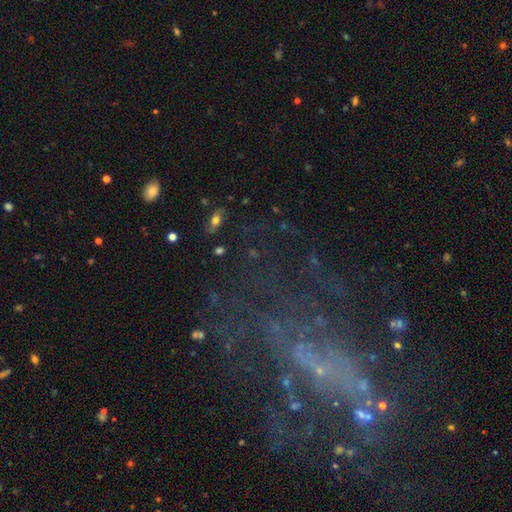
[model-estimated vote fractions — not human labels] Overall: featured or disk (56%; star or artifact 28%). Edge-on disk: no (91%). Bar: no (75%). Spiral arms: no (68%; yes 32%). Bulge size: none (56%; small 34%). Merging: none (49%; major disturbance 30%).